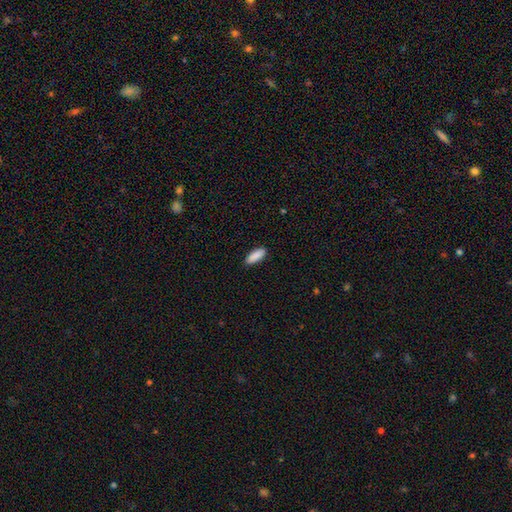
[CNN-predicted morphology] smooth-or-featured: smooth: 90% | star or artifact: 6% | featured or disk: 4%
  how-rounded: in between: 69% | cigar-shaped: 30% | round: 2%
  merging: none: 89% | minor disturbance: 8% | major disturbance: 2% | merger: 1%